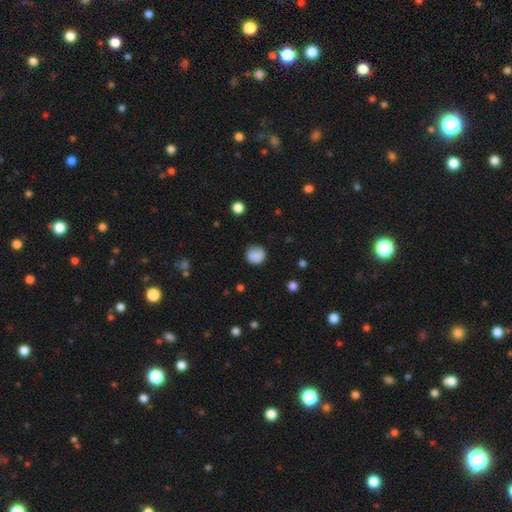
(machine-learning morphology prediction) Smooth or featured: smooth — 86% (star or artifact — 9%)
How rounded: round — 86% (in between — 13%)
Merging: none — 77% (minor disturbance — 17%)